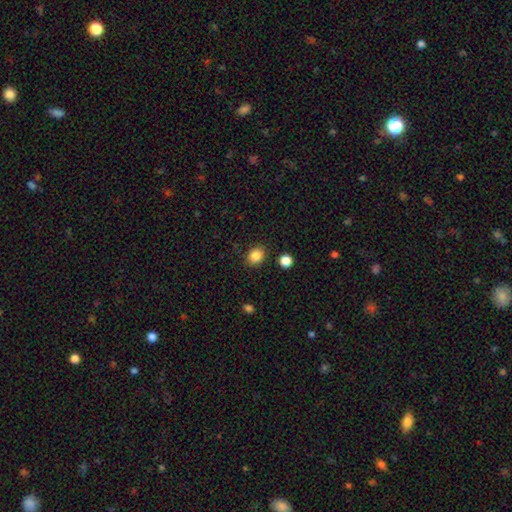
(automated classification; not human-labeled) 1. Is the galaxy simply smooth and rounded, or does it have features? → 86% smooth, 10% star or artifact, 4% featured or disk.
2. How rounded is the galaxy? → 59% round, 40% in between, 1% cigar-shaped.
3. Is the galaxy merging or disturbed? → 86% none, 9% minor disturbance, 3% merger, 3% major disturbance.